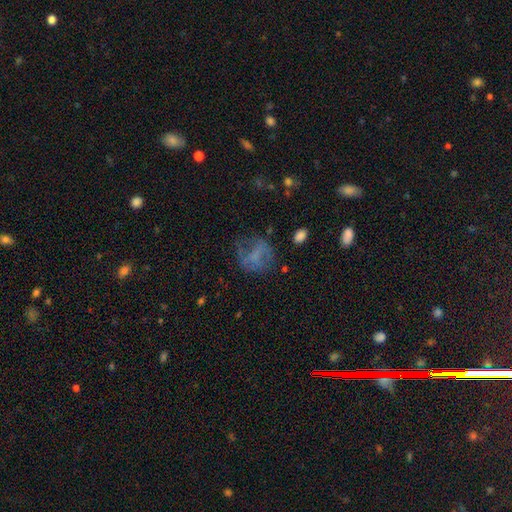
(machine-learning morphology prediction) This is possibly a smooth galaxy (46%). Merging: possibly none (50%).